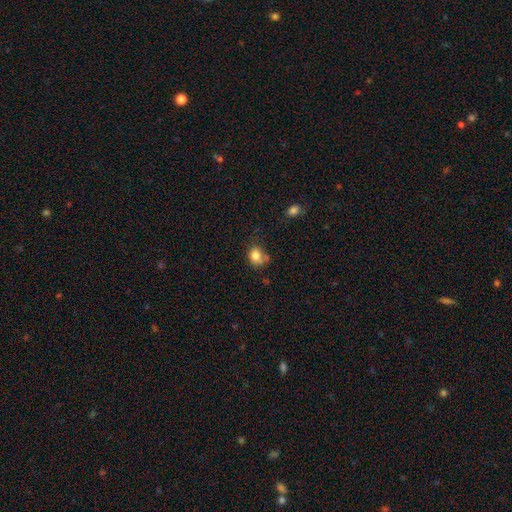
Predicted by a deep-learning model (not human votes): Smooth or featured: smooth — 80% (star or artifact — 11%)
How rounded: round — 59% (in between — 40%)
Merging: none — 49% (minor disturbance — 26%)